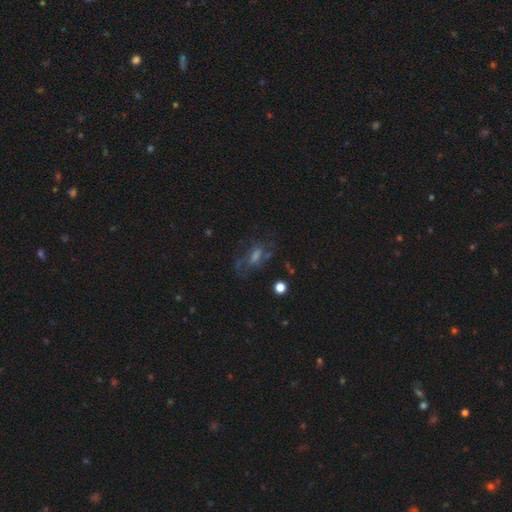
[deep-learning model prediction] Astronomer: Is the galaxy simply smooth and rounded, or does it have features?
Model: featured or disk — 52%.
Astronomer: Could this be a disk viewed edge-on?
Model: no — 91%.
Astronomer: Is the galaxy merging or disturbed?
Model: none — 57%.